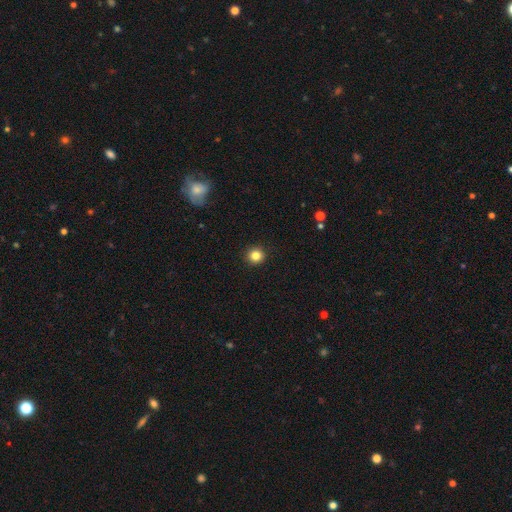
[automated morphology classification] Smooth or featured: smooth — 84% (star or artifact — 11%)
How rounded: round — 94% (in between — 5%)
Merging: none — 92% (minor disturbance — 5%)